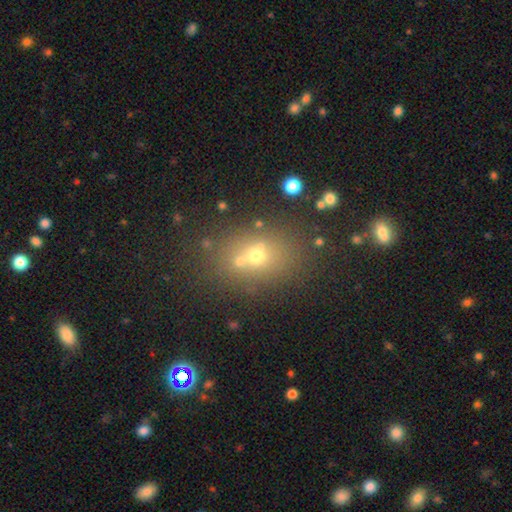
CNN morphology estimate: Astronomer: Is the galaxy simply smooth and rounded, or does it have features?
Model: smooth — 54%.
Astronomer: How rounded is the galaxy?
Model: in between — 49%, tied with round at 49%.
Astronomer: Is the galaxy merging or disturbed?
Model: none — 55% (runner-up: merger, 30%).